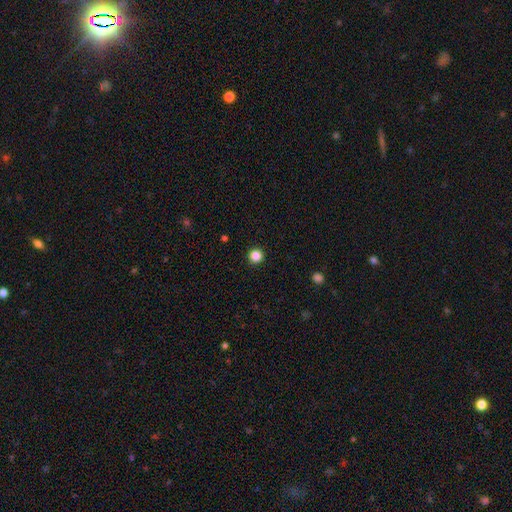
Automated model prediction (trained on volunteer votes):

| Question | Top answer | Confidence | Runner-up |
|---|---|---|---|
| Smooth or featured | smooth | 85% | star or artifact (12%) |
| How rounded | round | 96% | in between (3%) |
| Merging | none | 93% | minor disturbance (4%) |